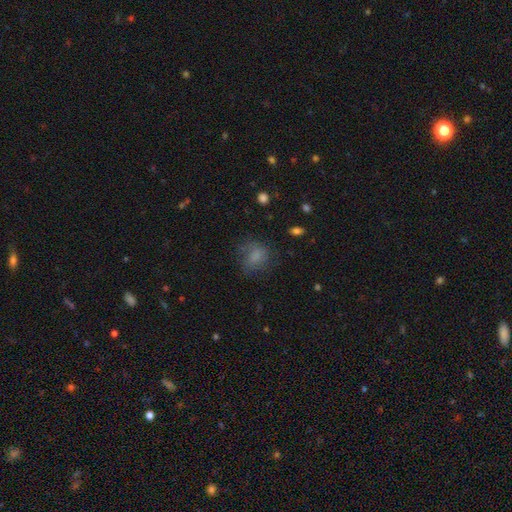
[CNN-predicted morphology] Overall: smooth (75%). How rounded: round (55%; in between 43%). Merging: none (60%; minor disturbance 23%).